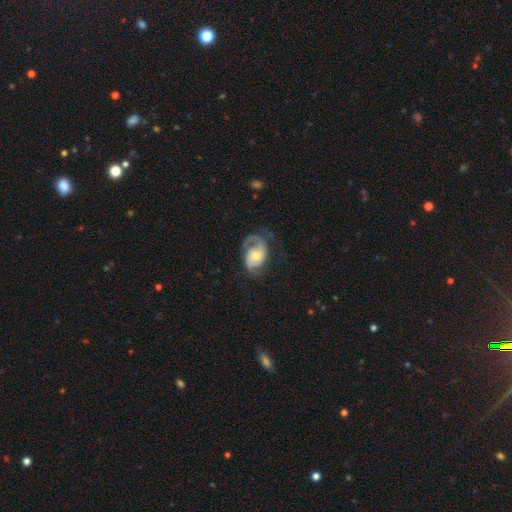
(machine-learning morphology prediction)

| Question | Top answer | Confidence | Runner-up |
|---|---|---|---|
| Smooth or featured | featured or disk | 83% | smooth (12%) |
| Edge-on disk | no | 97% | yes (3%) |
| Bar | no | 64% | weak (28%) |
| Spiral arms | yes | 94% | no (6%) |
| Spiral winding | medium | 44% | tight (33%) |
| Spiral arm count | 2 | 67% | 1 (19%) |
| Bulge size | moderate | 64% | small (26%) |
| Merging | none | 58% | minor disturbance (20%) |